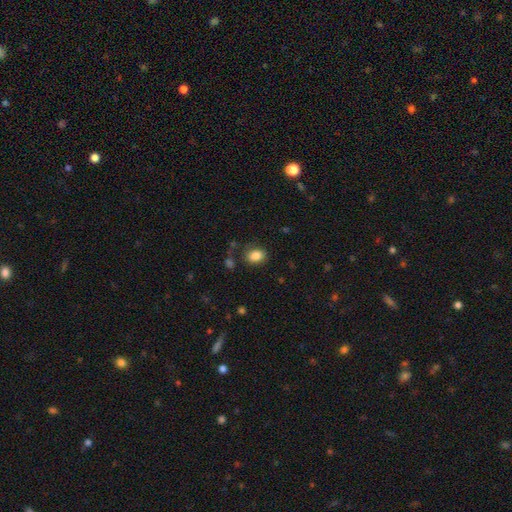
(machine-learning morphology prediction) smooth-or-featured: smooth: 85% | star or artifact: 9% | featured or disk: 6%
  how-rounded: in between: 67% | round: 32% | cigar-shaped: 1%
  merging: none: 79% | minor disturbance: 13% | major disturbance: 5% | merger: 3%